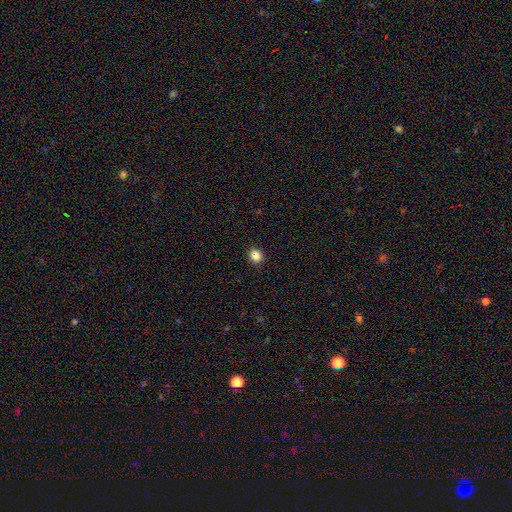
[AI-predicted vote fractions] A smooth galaxy with no disk features (84%) that is round (83%). Merging: none (92%).